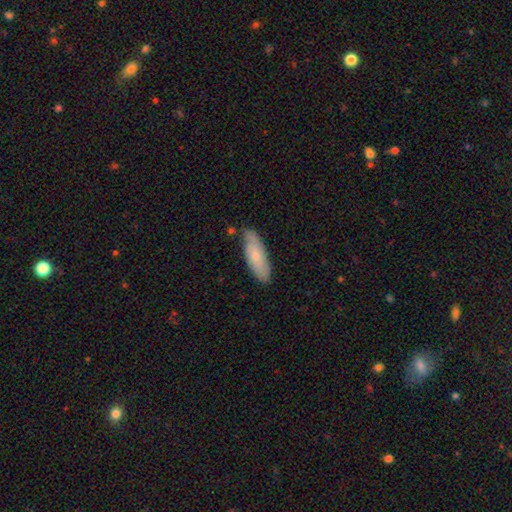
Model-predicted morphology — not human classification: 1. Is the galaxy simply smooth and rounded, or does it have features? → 67% smooth, 27% featured or disk, 6% star or artifact.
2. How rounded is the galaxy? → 60% in between, 39% cigar-shaped, 2% round.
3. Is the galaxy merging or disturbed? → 72% none, 22% minor disturbance, 3% major disturbance, 3% merger.